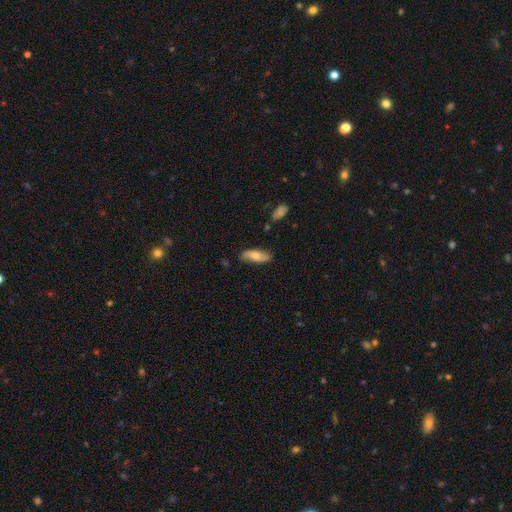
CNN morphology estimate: Q: Smooth or featured?
A: smooth (66%); runner-up: featured or disk (28%)
Q: How rounded?
A: in between (67%); runner-up: cigar-shaped (30%)
Q: Merging?
A: none (80%); runner-up: minor disturbance (15%)